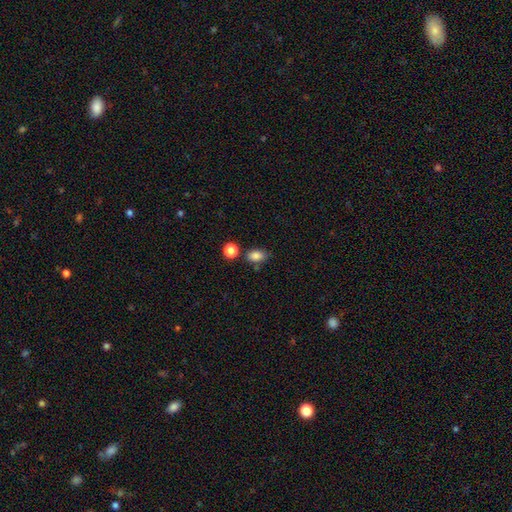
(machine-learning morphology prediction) Smooth or featured?
  - smooth: 84% *
  - star or artifact: 10%
  - featured or disk: 5%
How rounded?
  - in between: 80% *
  - round: 18%
  - cigar-shaped: 2%
Merging?
  - none: 69% *
  - minor disturbance: 17%
  - merger: 9%
  - major disturbance: 4%